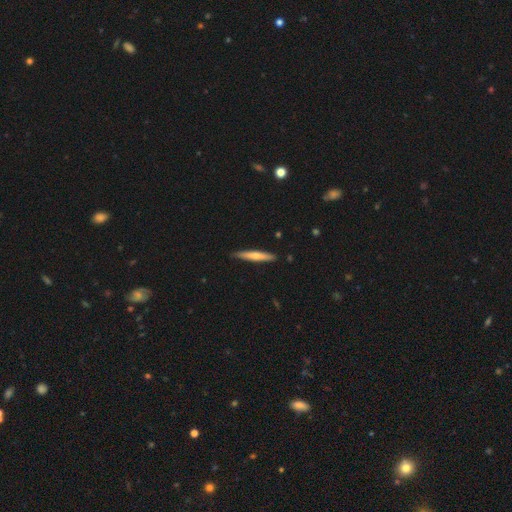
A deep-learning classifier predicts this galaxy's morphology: A smooth galaxy with no disk features (57%) that is cigar-shaped (93%). Merging: none (88%).